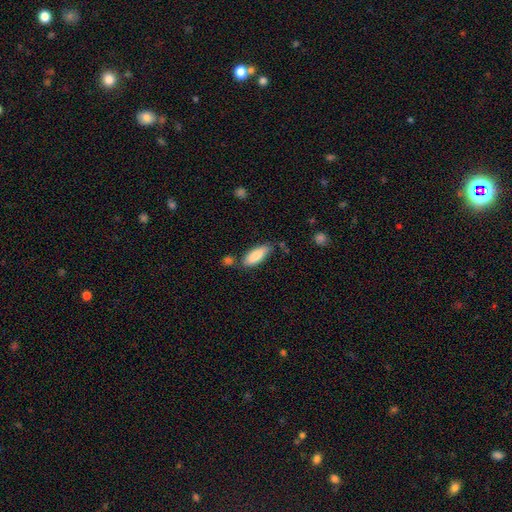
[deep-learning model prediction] This is clearly a smooth galaxy (82%). How rounded: likely in between (71%). Merging: likely none (68%).